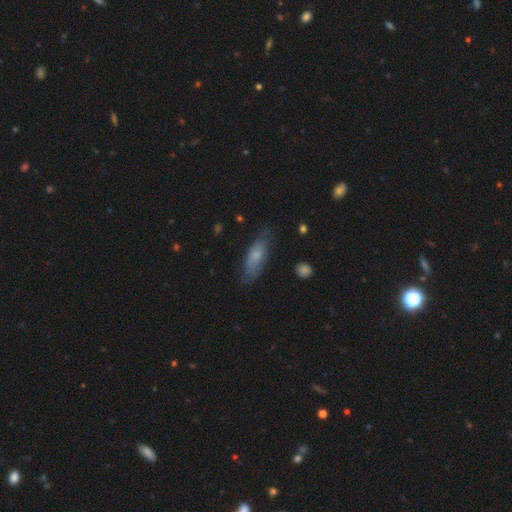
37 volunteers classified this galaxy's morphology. Smooth or featured? 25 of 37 (68%) said smooth. How rounded? 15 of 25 (60%) said in between. Merging? 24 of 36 (67%) said none.